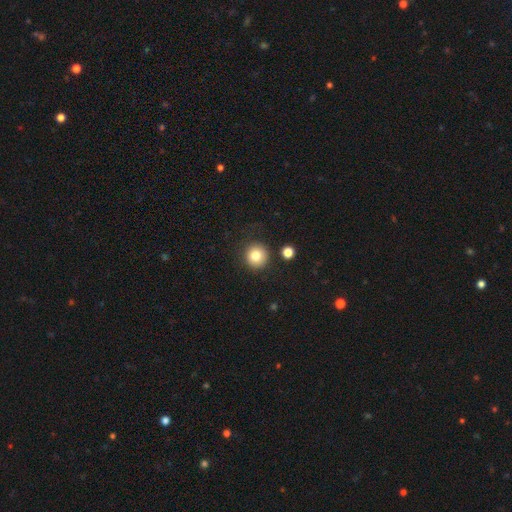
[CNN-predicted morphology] Smooth or featured?
  - smooth: 82% *
  - star or artifact: 11%
  - featured or disk: 8%
How rounded?
  - round: 95% *
  - in between: 4%
  - cigar-shaped: 1%
Merging?
  - none: 86% *
  - minor disturbance: 8%
  - merger: 3%
  - major disturbance: 3%